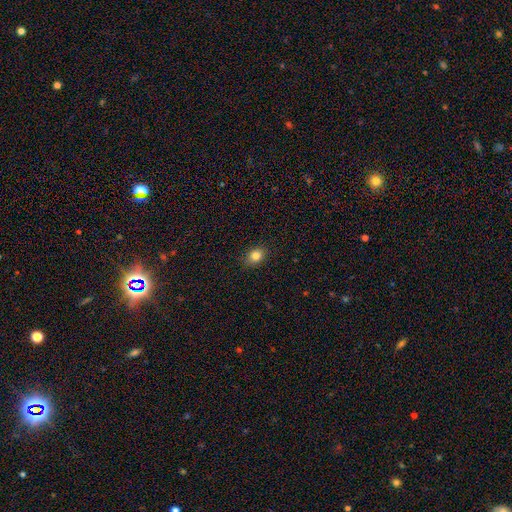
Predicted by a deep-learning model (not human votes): smooth 83%, star or artifact 11%, featured or disk 6%. Down the decision tree: how rounded — in between (55%); merging — none (87%).